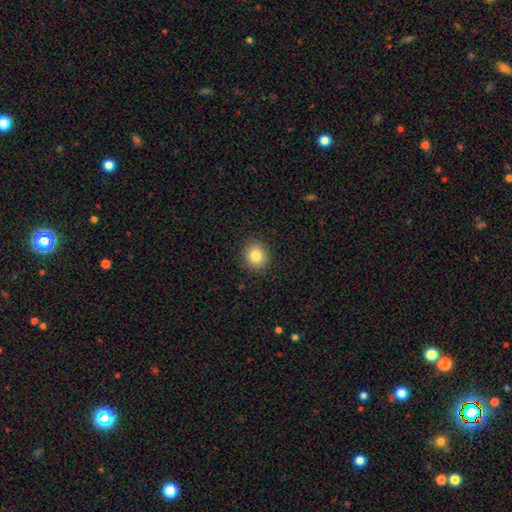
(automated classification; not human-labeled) This is clearly a smooth galaxy (83%). How rounded: likely round (78%). Merging: clearly none (90%).